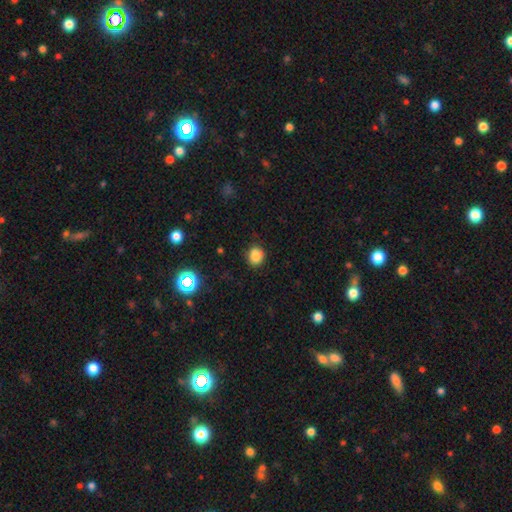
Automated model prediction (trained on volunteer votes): The model was most divided on "how rounded": round: 72%, in between: 27%, cigar-shaped: 1%. More confident: smooth or featured — smooth (82%); merging — none (79%).